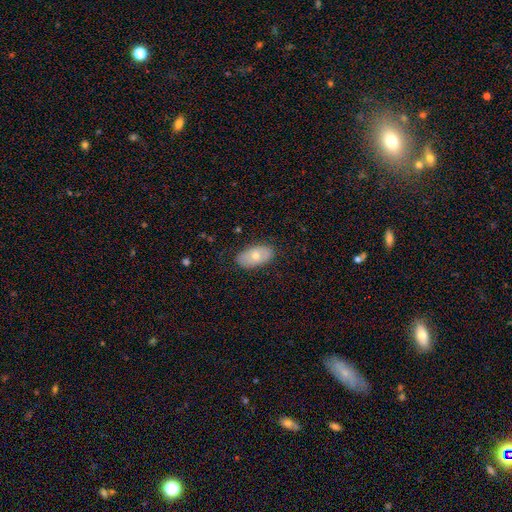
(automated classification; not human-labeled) smooth-or-featured: smooth: 67% | featured or disk: 26% | star or artifact: 7%
  how-rounded: in between: 93% | round: 5% | cigar-shaped: 2%
  merging: none: 83% | minor disturbance: 13% | major disturbance: 3% | merger: 1%